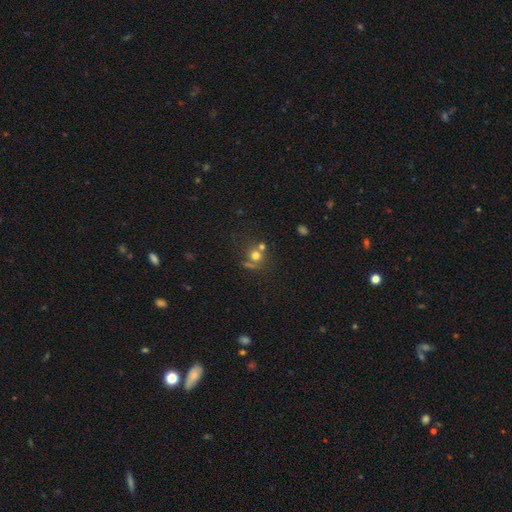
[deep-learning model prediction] Smooth or featured? smooth (65%)
How rounded? round (85%)
Merging? none (47%)